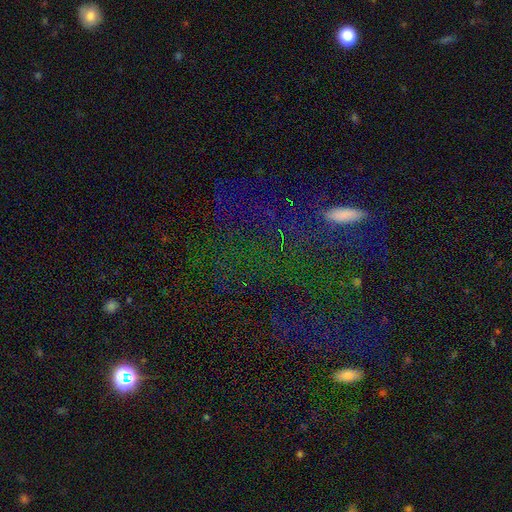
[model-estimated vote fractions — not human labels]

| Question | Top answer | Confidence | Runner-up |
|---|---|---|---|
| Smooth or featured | star or artifact | 59% | smooth (25%) |